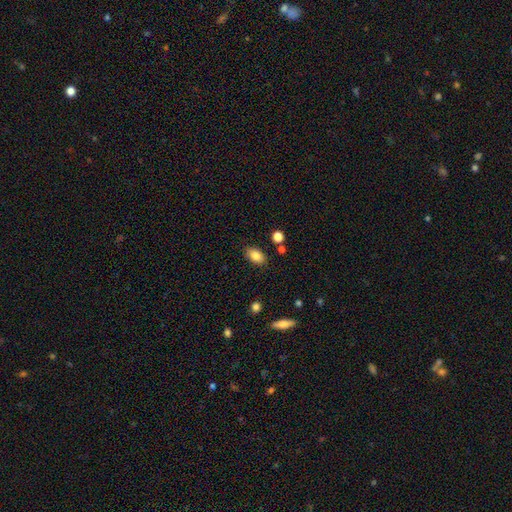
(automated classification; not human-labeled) Q: Smooth or featured?
A: smooth (84%); runner-up: star or artifact (8%)
Q: How rounded?
A: in between (89%); runner-up: round (9%)
Q: Merging?
A: none (85%); runner-up: minor disturbance (10%)